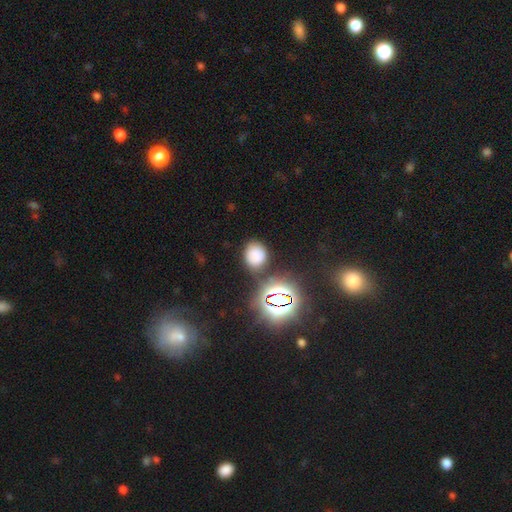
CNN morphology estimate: Smooth or featured?
  - smooth: 71% *
  - star or artifact: 21%
  - featured or disk: 7%
How rounded?
  - round: 72% *
  - in between: 27%
  - cigar-shaped: 1%
Merging?
  - none: 75% *
  - minor disturbance: 14%
  - merger: 6%
  - major disturbance: 5%